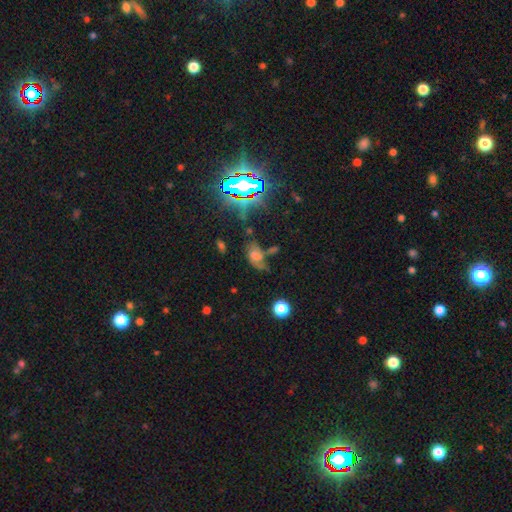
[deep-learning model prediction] This appears to be a star or artifact, not a galaxy (39%).